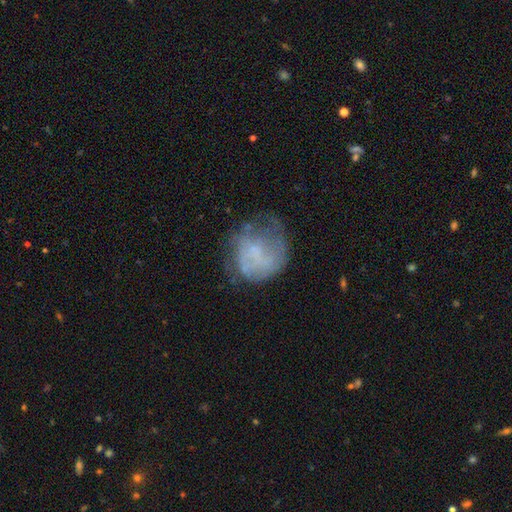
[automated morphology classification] Smooth or featured? Predicted: featured or disk (p=0.49). Merging? Predicted: none (p=0.43).